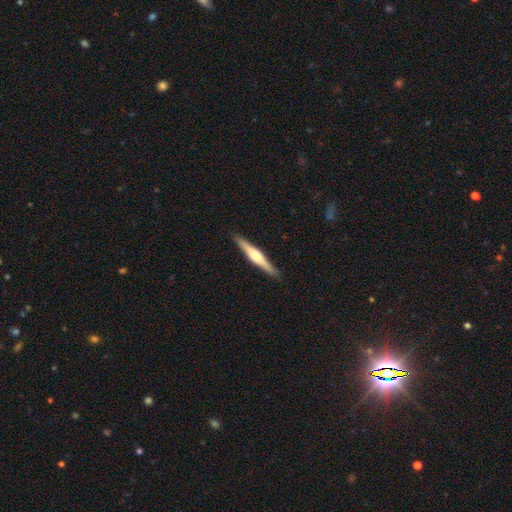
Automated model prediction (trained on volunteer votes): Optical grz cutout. It shows a featured or disk galaxy (66%) viewed edge-on (97%) with a rounded central bulge (89%). Merging: none (91%).